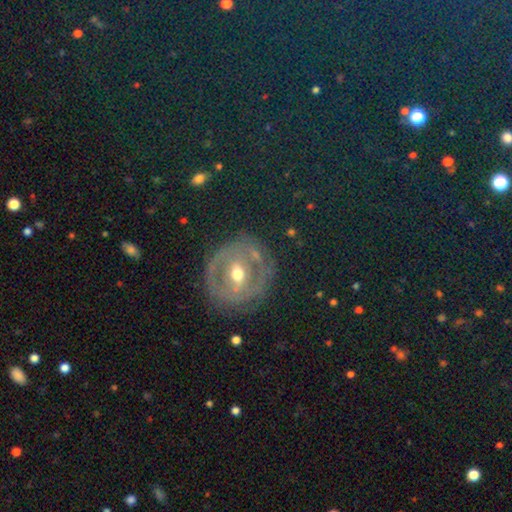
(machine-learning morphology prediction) This is marginally a featured or disk galaxy (43%). Merging: clearly none (81%).